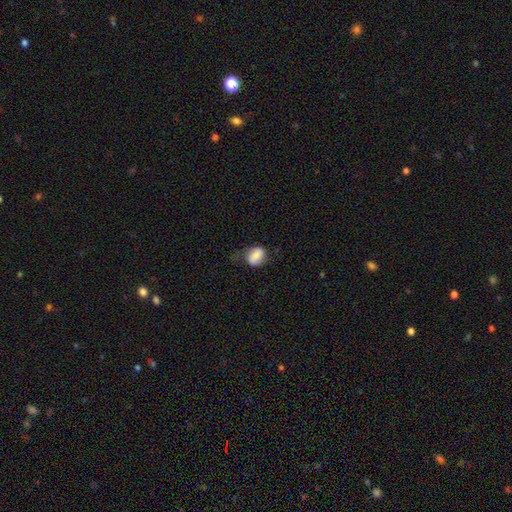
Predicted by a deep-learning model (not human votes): Smooth or featured? smooth (74%)
How rounded? in between (68%)
Merging? none (45%)